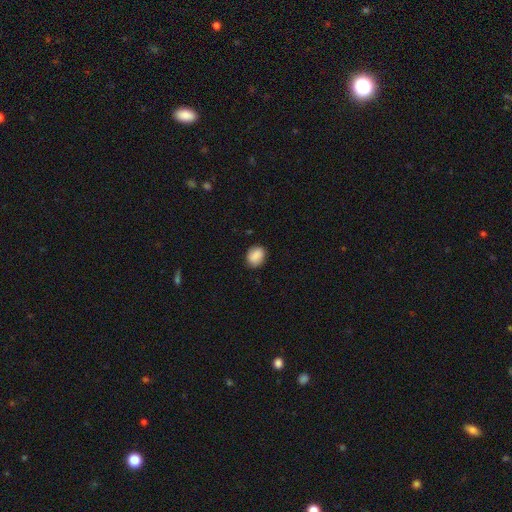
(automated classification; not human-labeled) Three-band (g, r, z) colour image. It shows a smooth galaxy with no disk features (88%) that is in between round and cigar-shaped (58%). Merging: none (84%).